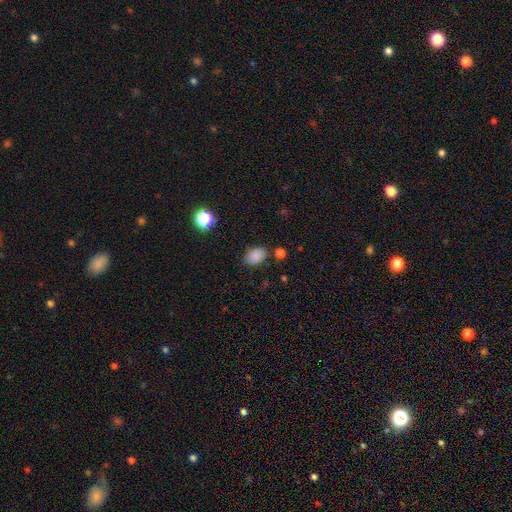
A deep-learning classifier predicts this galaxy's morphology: Overall: smooth (84%). How rounded: in between (79%). Merging: none (77%).